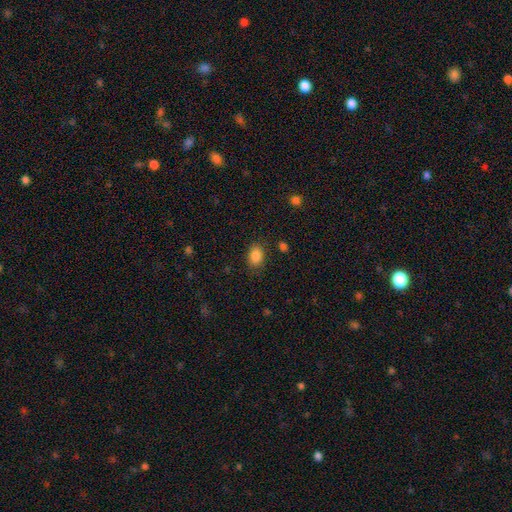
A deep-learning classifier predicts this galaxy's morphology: Smooth or featured? Predicted: smooth (p=0.86). How rounded? Predicted: in between (p=0.77). Merging? Predicted: none (p=0.83).